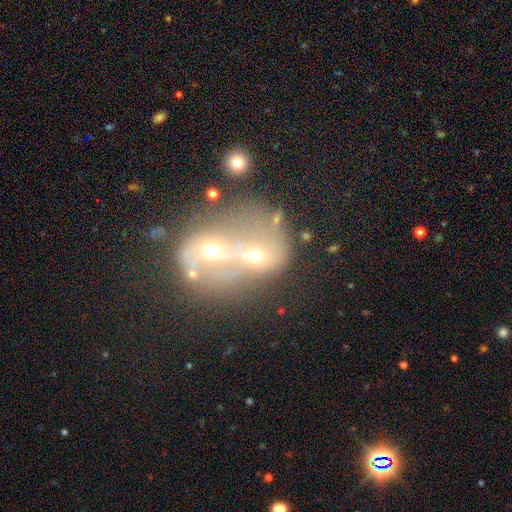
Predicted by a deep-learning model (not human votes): Smooth or featured? Predicted: smooth (p=0.46). Merging? Predicted: merger (p=0.72).